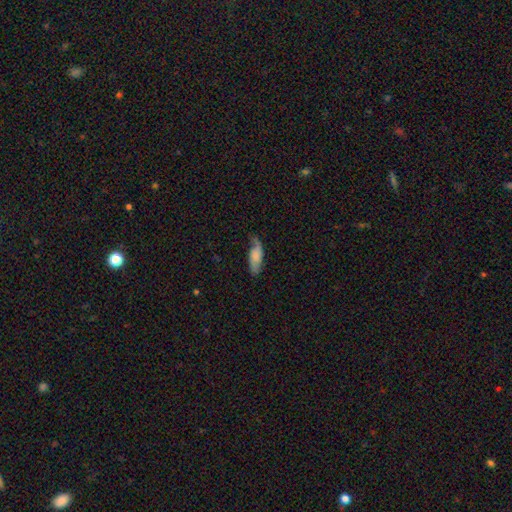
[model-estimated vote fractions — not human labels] Morphology: type=smooth (64%); roundness=in between (68%); merging=none (53%).